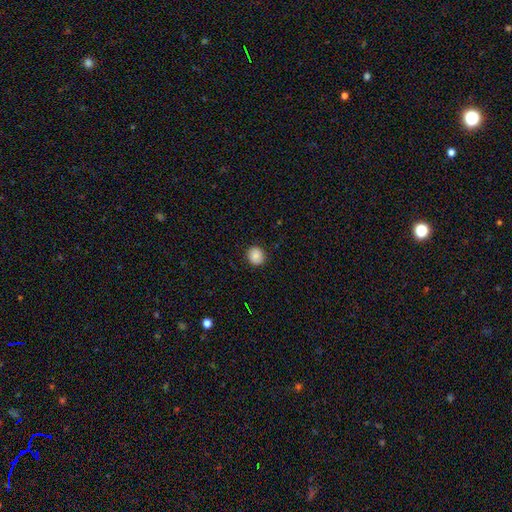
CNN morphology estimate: This is clearly a smooth galaxy (87%). How rounded: clearly round (85%). Merging: clearly none (90%).